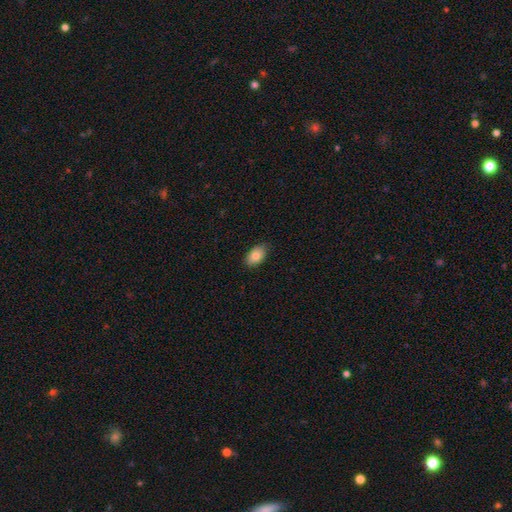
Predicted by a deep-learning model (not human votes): Q: Smooth or featured?
A: smooth (81%); runner-up: featured or disk (11%)
Q: How rounded?
A: in between (91%); runner-up: round (8%)
Q: Merging?
A: none (82%); runner-up: minor disturbance (15%)